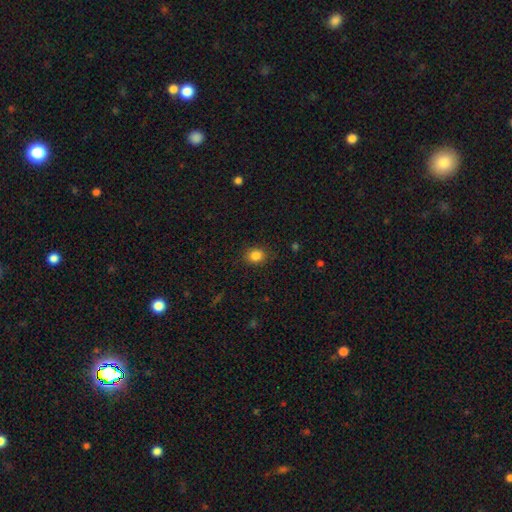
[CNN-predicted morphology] Smooth or featured?
  - smooth: 85% *
  - star or artifact: 11%
  - featured or disk: 4%
How rounded?
  - round: 61% *
  - in between: 38%
  - cigar-shaped: 1%
Merging?
  - none: 85% *
  - minor disturbance: 11%
  - major disturbance: 3%
  - merger: 1%